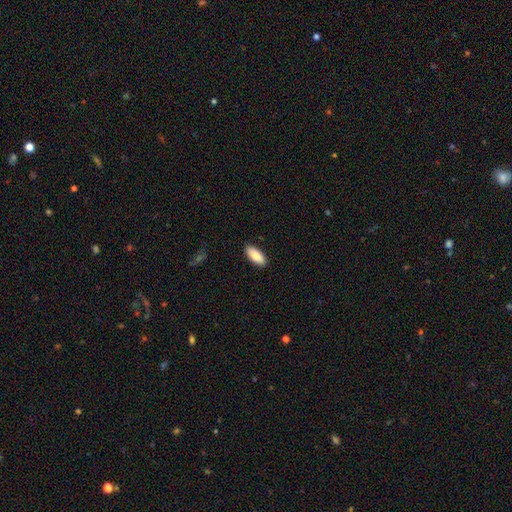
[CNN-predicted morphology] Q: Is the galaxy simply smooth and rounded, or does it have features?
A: smooth — 81%.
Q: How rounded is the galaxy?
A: in between — 84%.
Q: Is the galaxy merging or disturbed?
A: none — 90%.